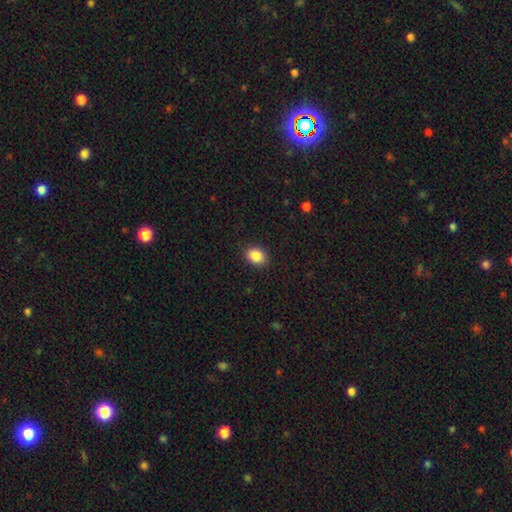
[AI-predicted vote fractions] Q: Smooth or featured?
A: smooth (88%); runner-up: star or artifact (8%)
Q: How rounded?
A: in between (67%); runner-up: round (32%)
Q: Merging?
A: none (89%); runner-up: minor disturbance (8%)